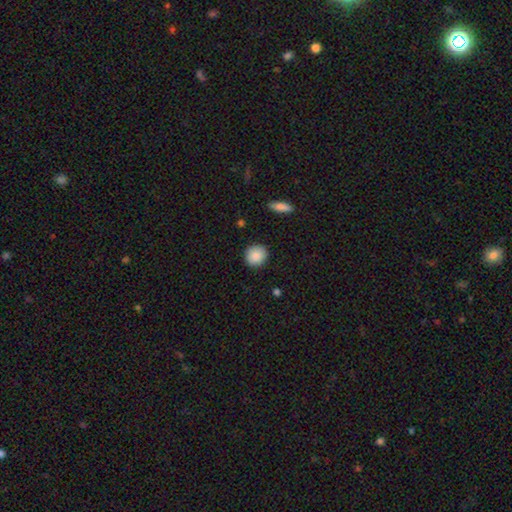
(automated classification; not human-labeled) smooth 89%, star or artifact 7%, featured or disk 4%. Down the decision tree: how rounded — round (88%); merging — none (89%).